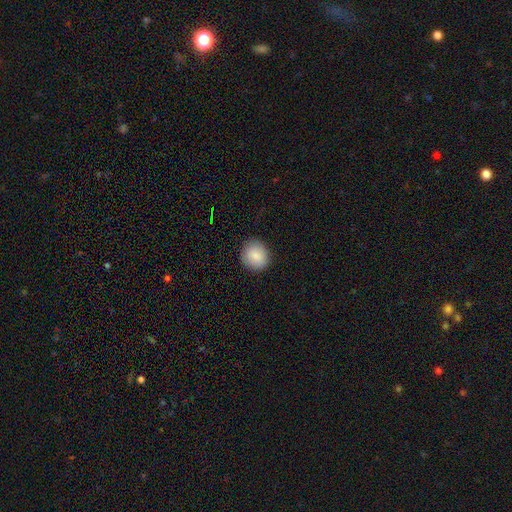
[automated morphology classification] smooth 87%, star or artifact 8%, featured or disk 5%. Down the decision tree: how rounded — round (81%); merging — none (89%).